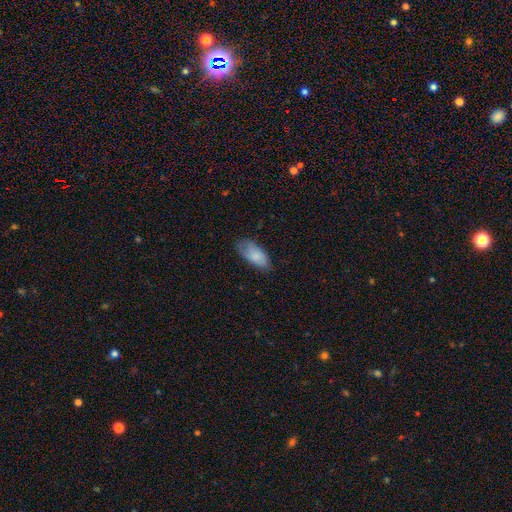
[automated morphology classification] smooth_or_featured: smooth (p=0.83) [alt: featured or disk p=0.11]
how_rounded: in between (p=0.90) [alt: cigar-shaped p=0.07]
merging: none (p=0.61) [alt: minor disturbance p=0.29]